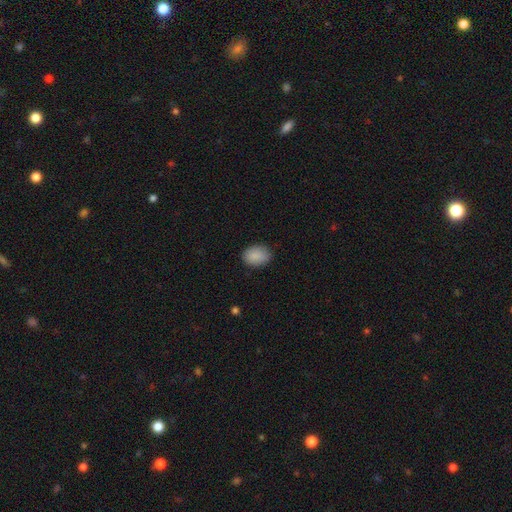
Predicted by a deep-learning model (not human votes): smooth 89%, star or artifact 7%, featured or disk 4%. Down the decision tree: how rounded — in between (69%); merging — none (82%).